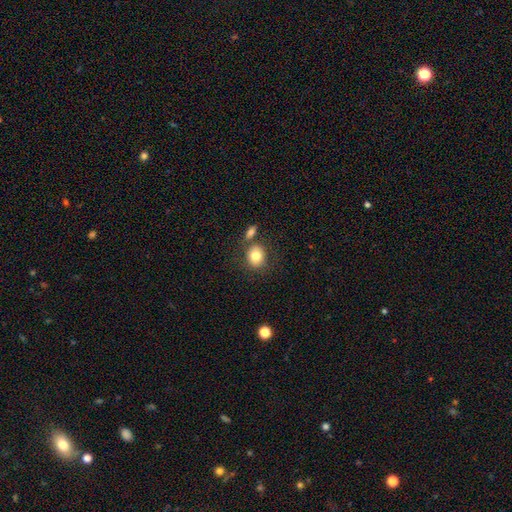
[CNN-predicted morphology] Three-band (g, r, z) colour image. It shows a smooth galaxy with no disk features (81%) that is round (69%). Merging: none (68%).